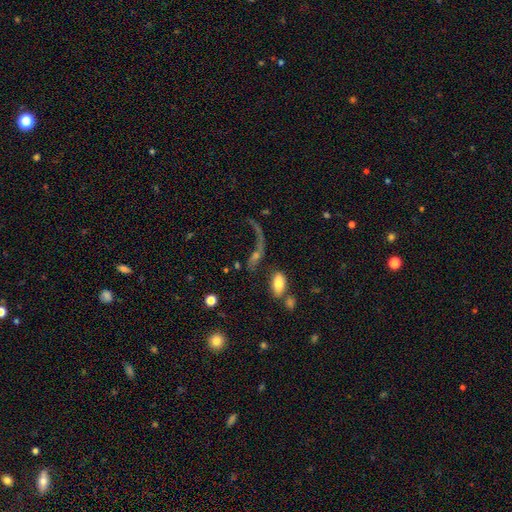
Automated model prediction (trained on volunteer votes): A featured or disk galaxy (44%).

Vote fractions:
- Smooth or featured? featured or disk: 44% / smooth: 38% / star or artifact: 18%
- Merging? major disturbance: 38% / none: 30% / merger: 20% / minor disturbance: 12%